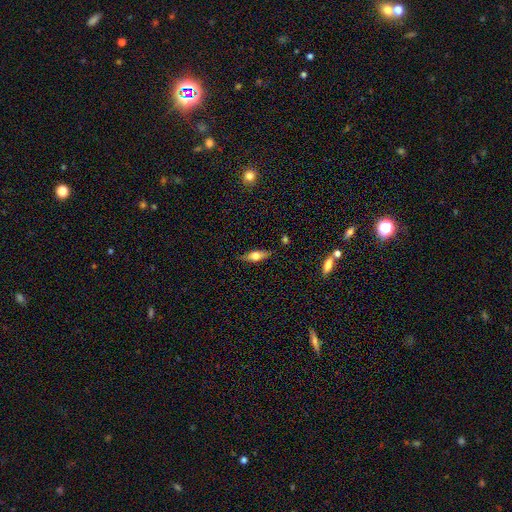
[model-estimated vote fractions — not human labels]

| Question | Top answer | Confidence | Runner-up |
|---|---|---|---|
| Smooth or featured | smooth | 56% | featured or disk (37%) |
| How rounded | in between | 59% | cigar-shaped (38%) |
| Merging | none | 83% | minor disturbance (13%) |